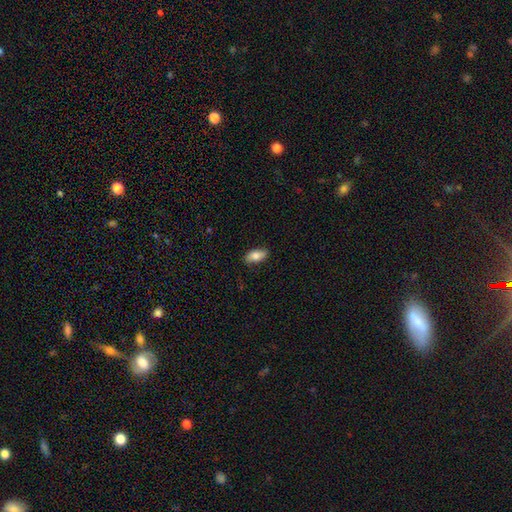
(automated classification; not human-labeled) This appears to be a smooth galaxy with no disk features (79%) that is in between round and cigar-shaped (89%). Merging: none (82%).